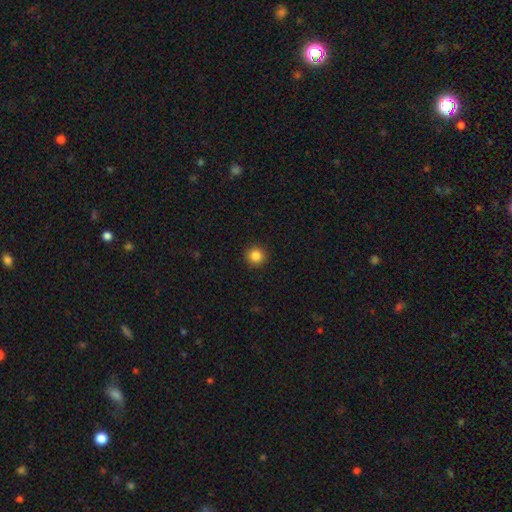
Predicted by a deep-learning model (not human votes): Q: Smooth or featured?
A: smooth (85%); runner-up: star or artifact (11%)
Q: How rounded?
A: round (96%); runner-up: in between (3%)
Q: Merging?
A: none (93%); runner-up: minor disturbance (5%)